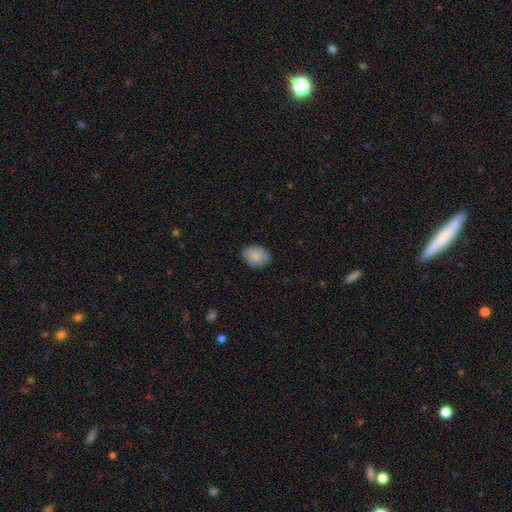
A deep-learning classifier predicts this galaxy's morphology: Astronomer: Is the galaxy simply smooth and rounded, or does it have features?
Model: smooth — 84%.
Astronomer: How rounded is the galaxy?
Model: in between — 69%.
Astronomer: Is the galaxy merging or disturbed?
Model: none — 81%.